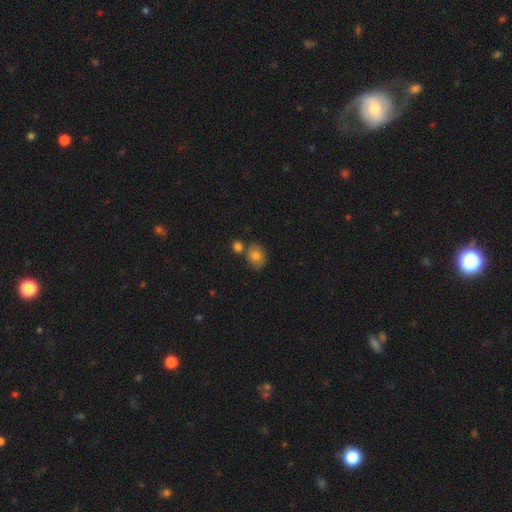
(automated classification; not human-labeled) A smooth galaxy with no disk features (79%) that is in between round and cigar-shaped (56%).

Vote fractions:
- Smooth or featured? smooth: 79% / featured or disk: 12% / star or artifact: 10%
- How rounded? in between: 56% / round: 43% / cigar-shaped: 1%
- Merging? none: 60% / merger: 22% / minor disturbance: 14% / major disturbance: 4%